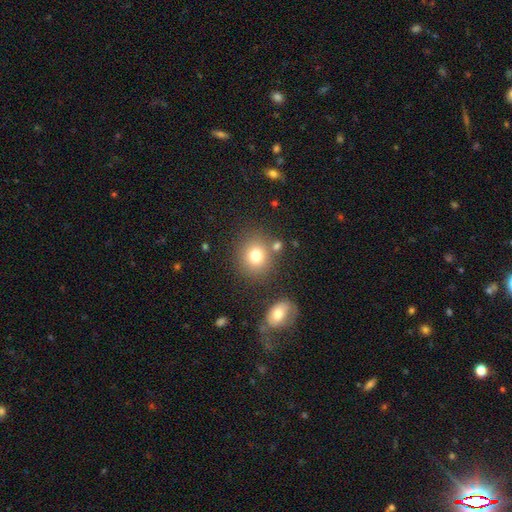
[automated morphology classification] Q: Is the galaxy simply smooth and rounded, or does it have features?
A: smooth — 78%.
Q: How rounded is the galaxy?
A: round — 79%.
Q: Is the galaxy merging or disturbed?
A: none — 76%.